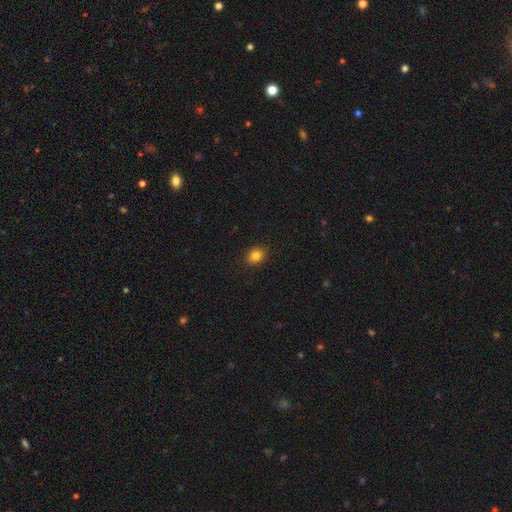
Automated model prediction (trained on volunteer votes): Smooth or featured?
  - smooth: 83% *
  - star or artifact: 11%
  - featured or disk: 6%
How rounded?
  - in between: 49% * (tied)
  - round: 49% * (tied)
  - cigar-shaped: 1%
Merging?
  - none: 90% *
  - minor disturbance: 7%
  - major disturbance: 2%
  - merger: 1%